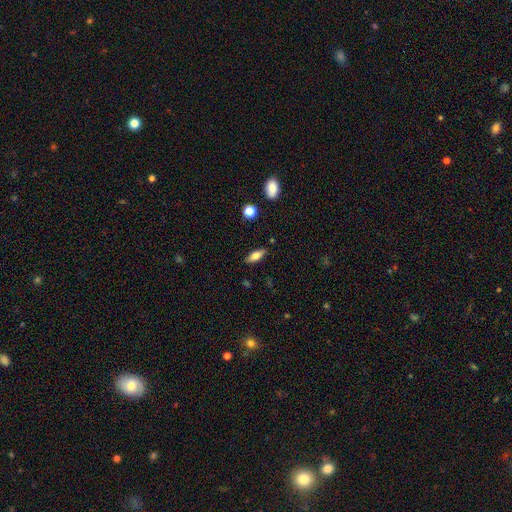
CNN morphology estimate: A smooth galaxy with no disk features (68%) that is in between round and cigar-shaped (70%). Merging: none (86%).